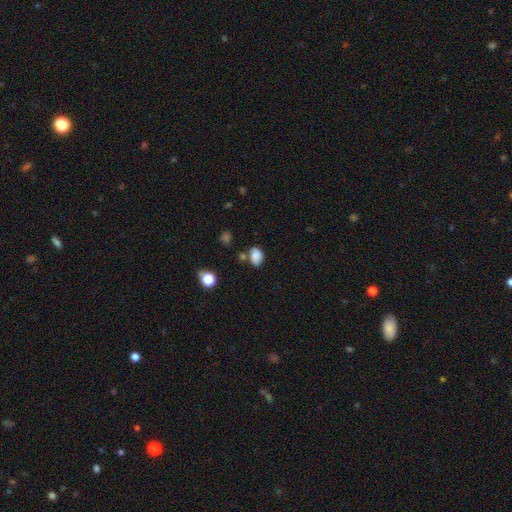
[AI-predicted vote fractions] smooth-or-featured: smooth: 82% | star or artifact: 11% | featured or disk: 7%
  how-rounded: in between: 77% | round: 21% | cigar-shaped: 1%
  merging: none: 58% | minor disturbance: 22% | merger: 13% | major disturbance: 6%